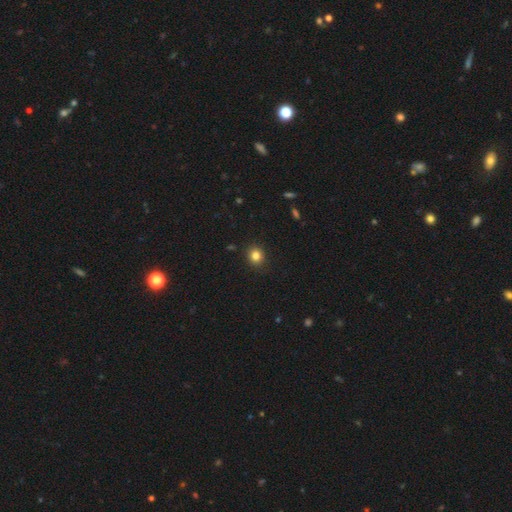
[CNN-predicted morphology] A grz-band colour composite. It shows a smooth galaxy with no disk features (83%) that is round (85%). Merging: none (91%).